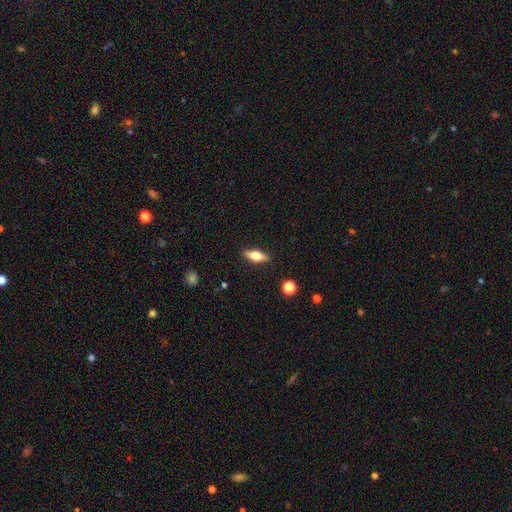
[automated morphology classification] Smooth or featured: smooth — 59% (featured or disk — 34%)
How rounded: in between — 63% (cigar-shaped — 34%)
Merging: none — 89% (minor disturbance — 8%)